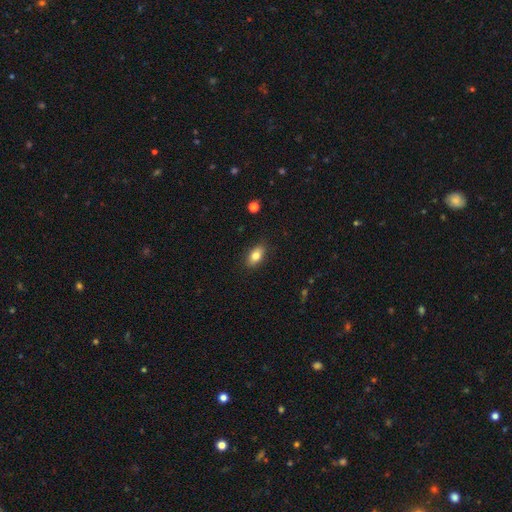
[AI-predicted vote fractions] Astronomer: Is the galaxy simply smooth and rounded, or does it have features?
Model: smooth — 80%.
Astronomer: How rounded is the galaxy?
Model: in between — 87%.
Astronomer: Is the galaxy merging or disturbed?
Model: none — 87%.